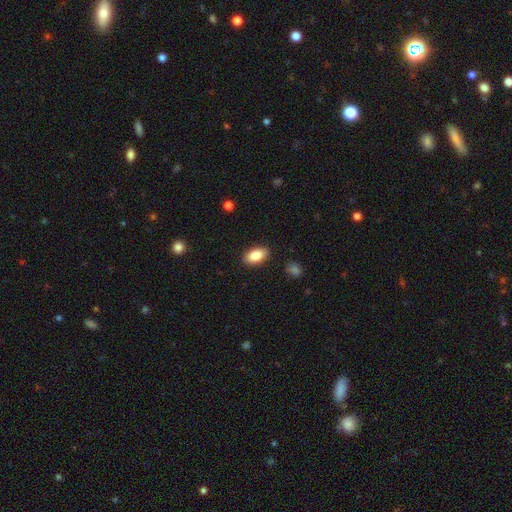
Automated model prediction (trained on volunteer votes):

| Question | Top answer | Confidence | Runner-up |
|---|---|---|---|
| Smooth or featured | smooth | 86% | star or artifact (7%) |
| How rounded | in between | 93% | round (4%) |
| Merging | none | 88% | minor disturbance (8%) |